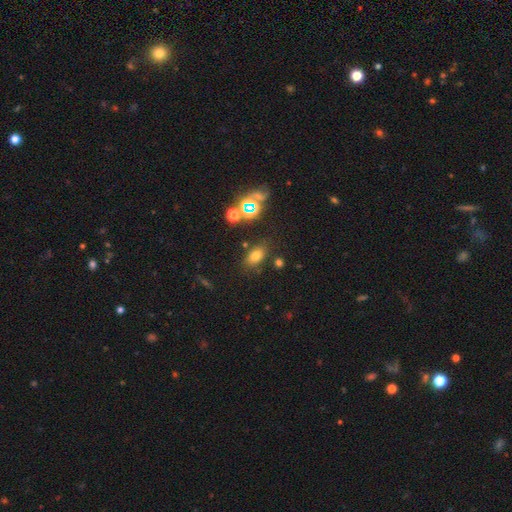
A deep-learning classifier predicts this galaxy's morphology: A smooth galaxy with no disk features (67%) that is in between round and cigar-shaped (81%).

Vote fractions:
- Smooth or featured? smooth: 67% / star or artifact: 22% / featured or disk: 11%
- How rounded? in between: 81% / round: 17% / cigar-shaped: 3%
- Merging? none: 77% / minor disturbance: 12% / merger: 6% / major disturbance: 5%